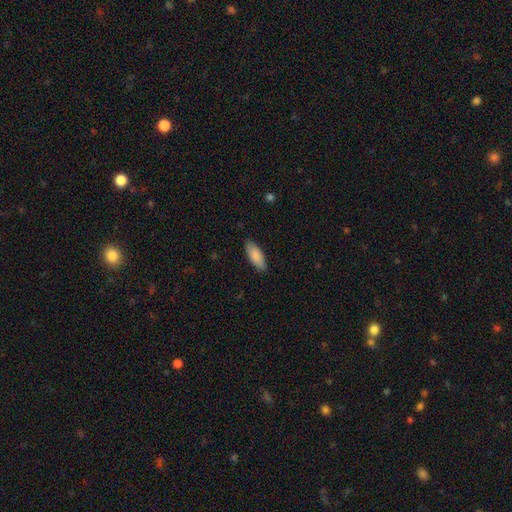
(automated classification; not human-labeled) The model was most divided on "how rounded": in between: 76%, cigar-shaped: 23%, round: 2%. More confident: smooth or featured — smooth (87%); merging — none (86%).